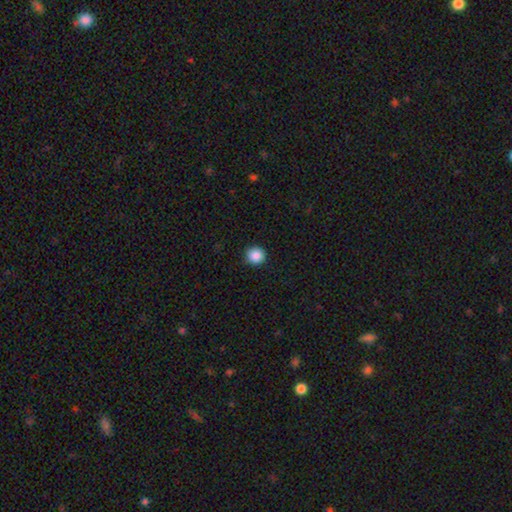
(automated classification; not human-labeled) Smooth or featured?
  - smooth: 88% *
  - star or artifact: 9%
  - featured or disk: 3%
How rounded?
  - round: 94% *
  - in between: 5%
  - cigar-shaped: 1%
Merging?
  - none: 91% *
  - minor disturbance: 6%
  - major disturbance: 2%
  - merger: 1%